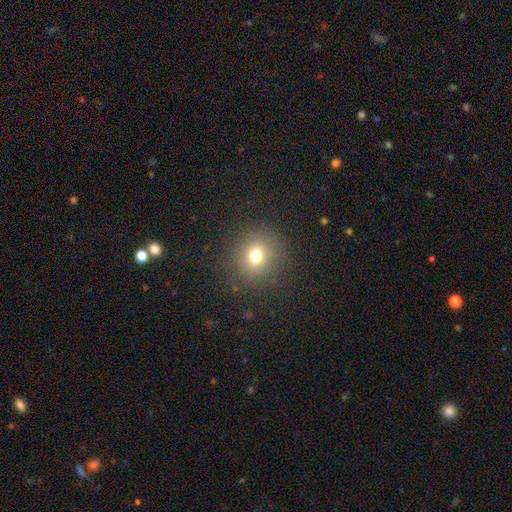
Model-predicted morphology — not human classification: A smooth galaxy with no disk features (73%) that is round (82%).

Vote fractions:
- Smooth or featured? smooth: 73% / star or artifact: 16% / featured or disk: 11%
- How rounded? round: 82% / in between: 17% / cigar-shaped: 1%
- Merging? none: 86% / minor disturbance: 8% / major disturbance: 4% / merger: 1%